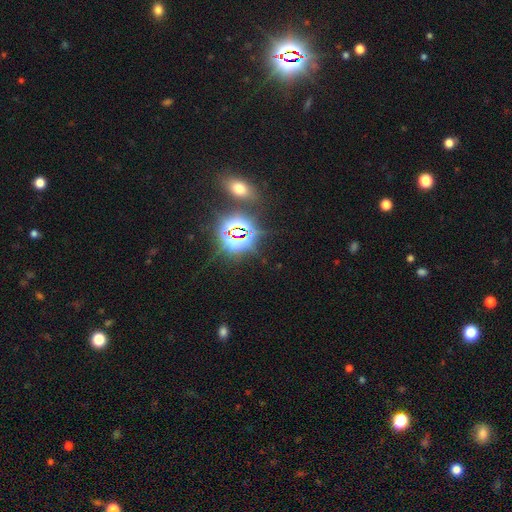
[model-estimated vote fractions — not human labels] Overall: star or artifact (76%).